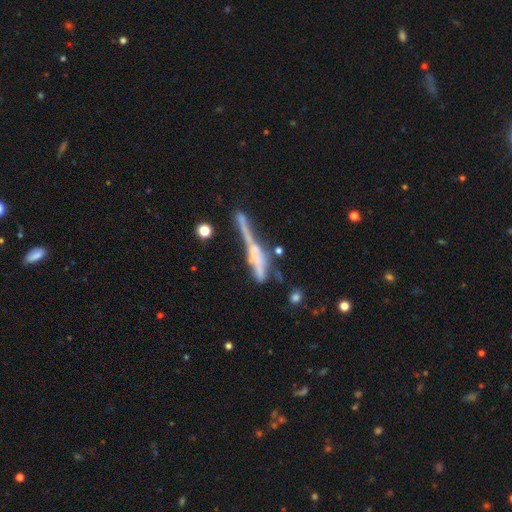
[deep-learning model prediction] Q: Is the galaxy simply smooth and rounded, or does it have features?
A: featured or disk — 60%.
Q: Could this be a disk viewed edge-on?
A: yes — 77%.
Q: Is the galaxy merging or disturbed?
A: merger — 29%.